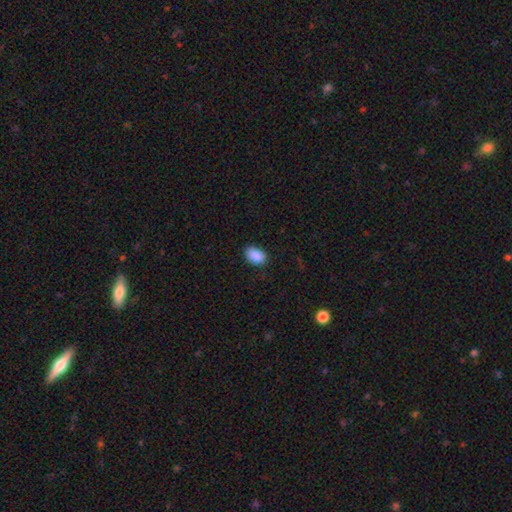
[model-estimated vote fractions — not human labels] Morphology: type=smooth (90%); roundness=in between (88%); merging=none (85%).